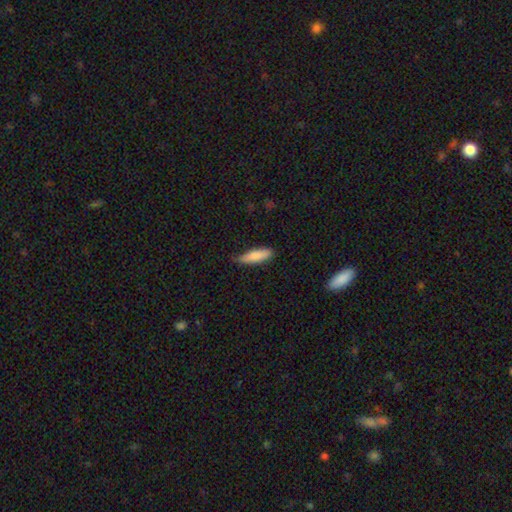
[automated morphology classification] Smooth or featured? smooth (83%)
How rounded? cigar-shaped (60%)
Merging? none (67%)